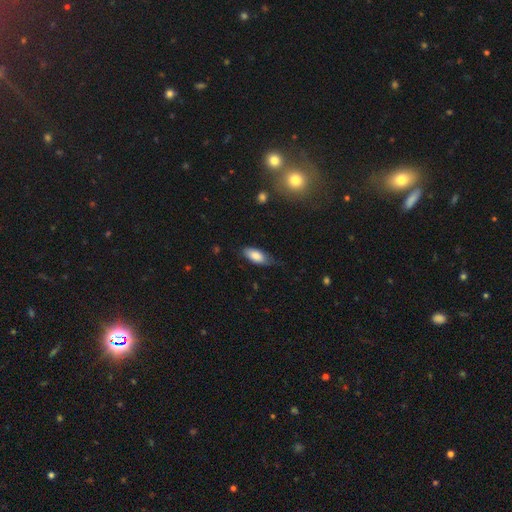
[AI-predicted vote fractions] Smooth or featured? Predicted: smooth (p=0.81). How rounded? Predicted: in between (p=0.85). Merging? Predicted: none (p=0.62).